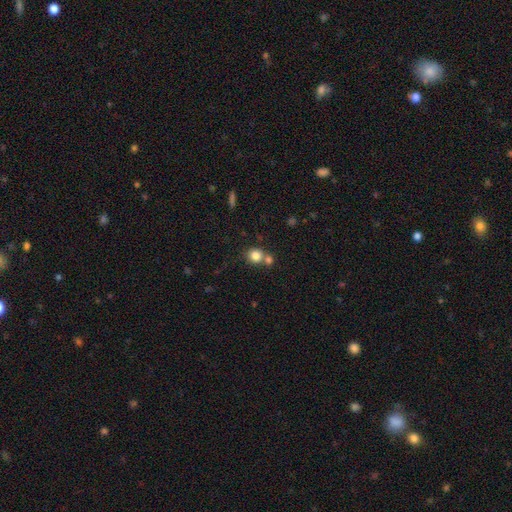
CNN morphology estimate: Smooth or featured? Predicted: smooth (p=0.82). How rounded? Predicted: round (p=0.85). Merging? Predicted: none (p=0.55).